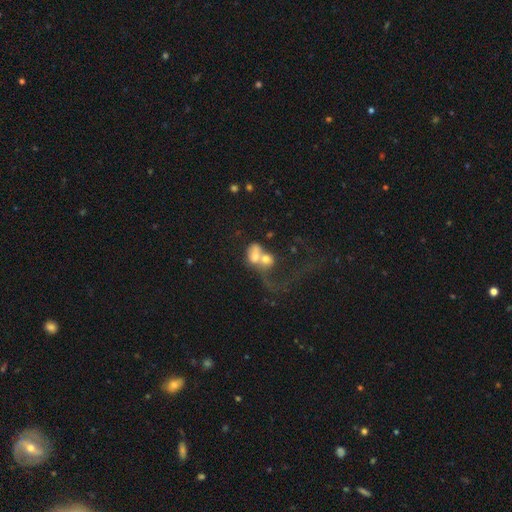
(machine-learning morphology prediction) Smooth or featured?
  - smooth: 56% *
  - featured or disk: 35%
  - star or artifact: 9%
How rounded?
  - in between: 63% *
  - round: 35%
  - cigar-shaped: 2%
Merging?
  - merger: 72% *
  - major disturbance: 15%
  - none: 9%
  - minor disturbance: 5%